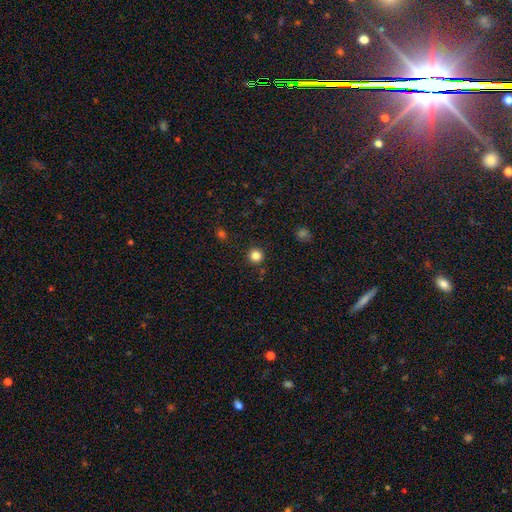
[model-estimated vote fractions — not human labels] Q: Smooth or featured?
A: smooth (84%); runner-up: star or artifact (12%)
Q: How rounded?
A: round (95%); runner-up: in between (4%)
Q: Merging?
A: none (91%); runner-up: minor disturbance (6%)